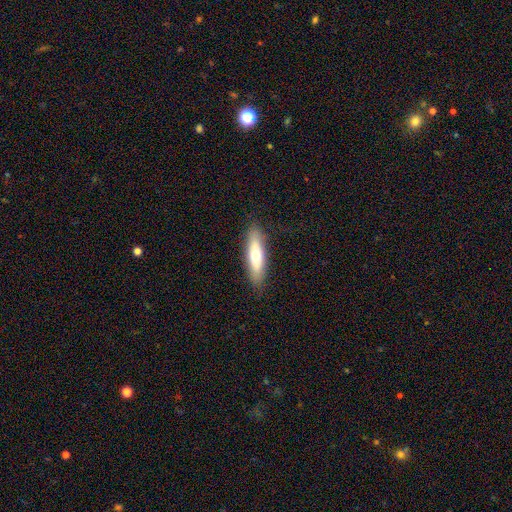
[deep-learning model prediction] Smooth or featured?
  - smooth: 60% *
  - featured or disk: 34%
  - star or artifact: 6%
How rounded?
  - cigar-shaped: 57% *
  - in between: 41%
  - round: 2%
Merging?
  - none: 85% *
  - minor disturbance: 11%
  - major disturbance: 3%
  - merger: 1%